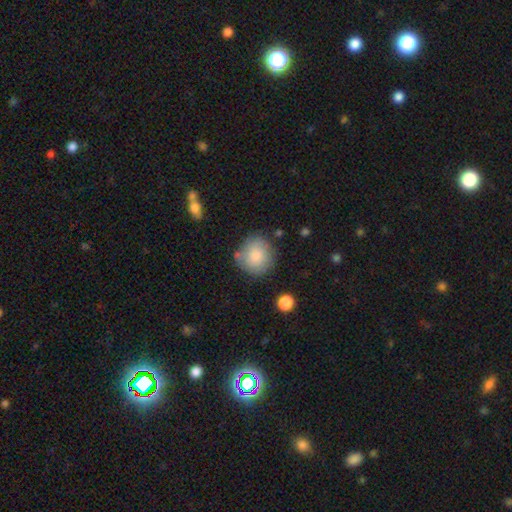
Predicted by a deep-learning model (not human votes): The model was most divided on "merging": none: 73%, minor disturbance: 17%, major disturbance: 5%, merger: 5%. More confident: how rounded — round (89%); smooth or featured — smooth (77%).